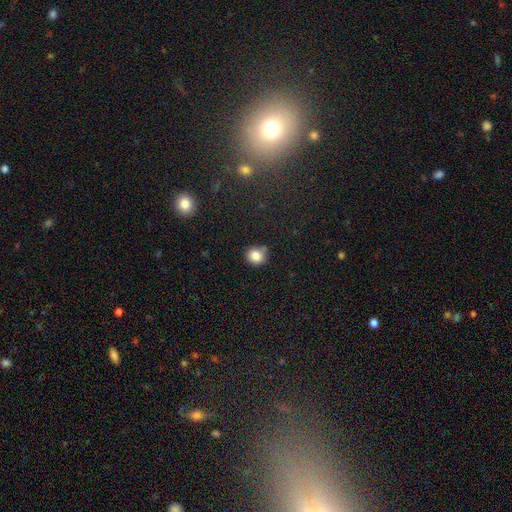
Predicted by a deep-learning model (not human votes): Q: Smooth or featured?
A: smooth (83%); runner-up: star or artifact (10%)
Q: How rounded?
A: round (82%); runner-up: in between (17%)
Q: Merging?
A: none (70%); runner-up: minor disturbance (20%)